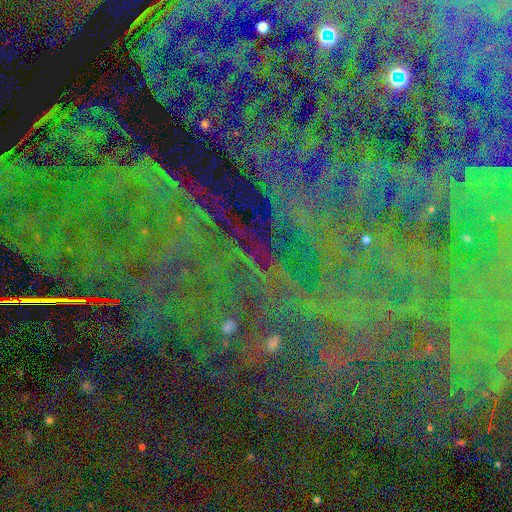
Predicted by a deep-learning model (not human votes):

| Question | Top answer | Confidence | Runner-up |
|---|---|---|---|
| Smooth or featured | star or artifact | 84% | featured or disk (8%) |